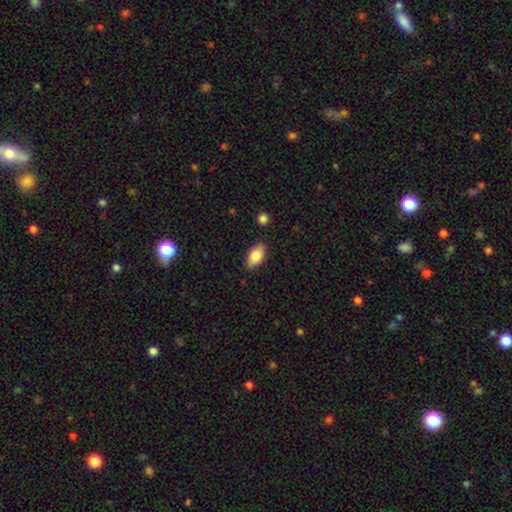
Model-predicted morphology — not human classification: Smooth or featured: smooth — 82% (featured or disk — 11%)
How rounded: in between — 91% (round — 5%)
Merging: none — 84% (minor disturbance — 11%)